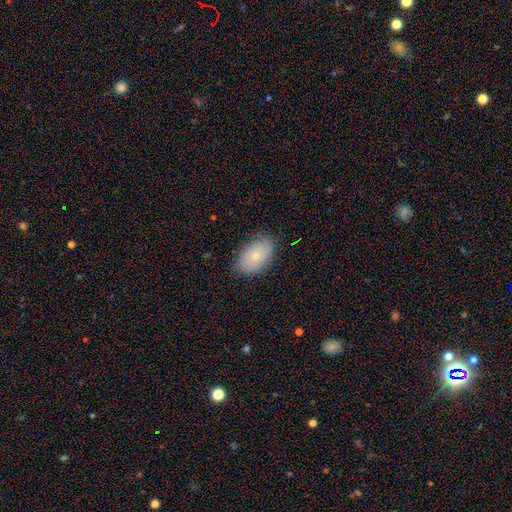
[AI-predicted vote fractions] A smooth galaxy with no disk features (69%) that is in between round and cigar-shaped (90%).

Vote fractions:
- Smooth or featured? smooth: 69% / featured or disk: 24% / star or artifact: 7%
- How rounded? in between: 90% / round: 9% / cigar-shaped: 1%
- Merging? none: 80% / minor disturbance: 16% / major disturbance: 3% / merger: 1%